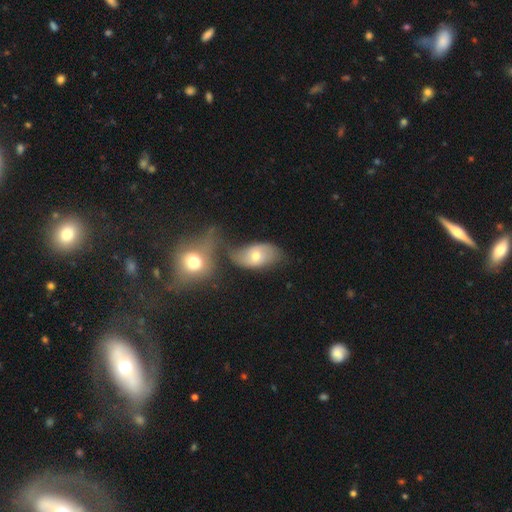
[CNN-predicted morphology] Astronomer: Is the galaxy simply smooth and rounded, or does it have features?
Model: smooth — 49% (runner-up: featured or disk, 42%).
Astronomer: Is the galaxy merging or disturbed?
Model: none — 44% (runner-up: merger, 26%).